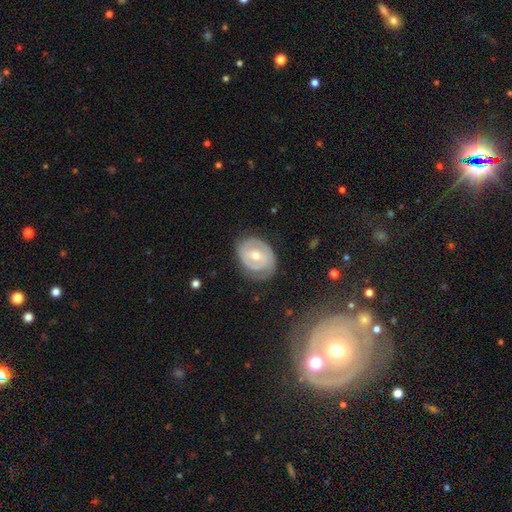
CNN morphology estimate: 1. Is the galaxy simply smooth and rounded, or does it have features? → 76% featured or disk, 18% smooth, 6% star or artifact.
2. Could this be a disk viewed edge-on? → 96% no, 4% yes.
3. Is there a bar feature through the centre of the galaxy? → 43% weak, 38% no, 19% strong.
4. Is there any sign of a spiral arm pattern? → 78% yes, 22% no.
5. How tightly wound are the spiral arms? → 67% tight, 24% medium, 9% loose.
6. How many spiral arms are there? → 51% 2, 28% can't tell, 11% 1, 6% 3, 2% 4, 2% more than 4.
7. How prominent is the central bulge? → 60% moderate, 37% small, 2% large, 1% none, 1% dominant.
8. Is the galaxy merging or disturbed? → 71% none, 20% minor disturbance, 8% major disturbance, 1% merger.